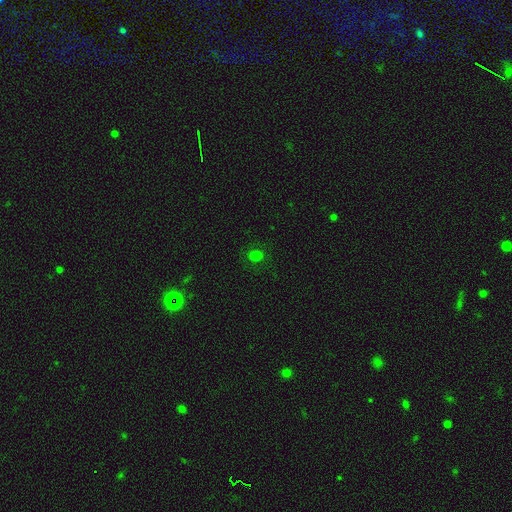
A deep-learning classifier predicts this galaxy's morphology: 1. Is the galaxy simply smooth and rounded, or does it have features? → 76% smooth, 19% star or artifact, 4% featured or disk.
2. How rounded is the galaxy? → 69% round, 30% in between, 1% cigar-shaped.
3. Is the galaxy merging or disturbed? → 87% none, 9% minor disturbance, 3% major disturbance, 1% merger.